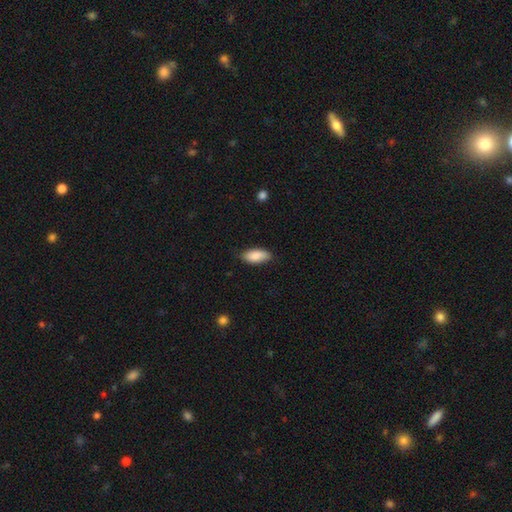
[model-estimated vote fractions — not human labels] Morphology: type=smooth (87%); roundness=in between (87%); merging=none (81%).